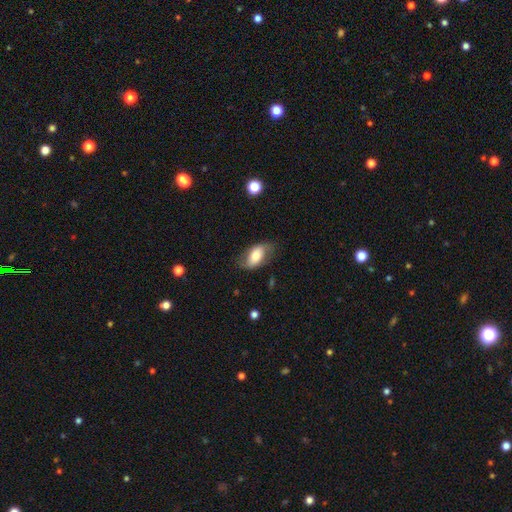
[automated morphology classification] A smooth galaxy with no disk features (62%) that is in between round and cigar-shaped (91%).

Vote fractions:
- Smooth or featured? smooth: 62% / featured or disk: 31% / star or artifact: 7%
- How rounded? in between: 91% / round: 6% / cigar-shaped: 3%
- Merging? none: 65% / minor disturbance: 23% / major disturbance: 10% / merger: 2%